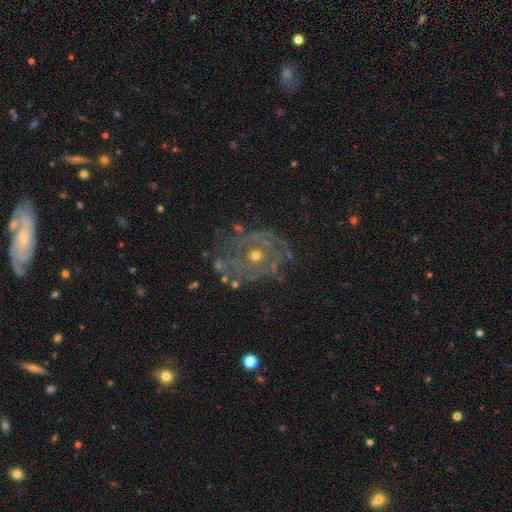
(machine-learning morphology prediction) This is clearly a featured or disk galaxy (83%). It is clearly not viewed edge-on (97%). Bar: clearly no (85%). Spiral arm pattern: likely yes (78%). Spiral arm count: marginally can't tell (44%). Spiral winding: likely tight (68%). Central bulge: possibly moderate (53%). Merging: likely none (63%).